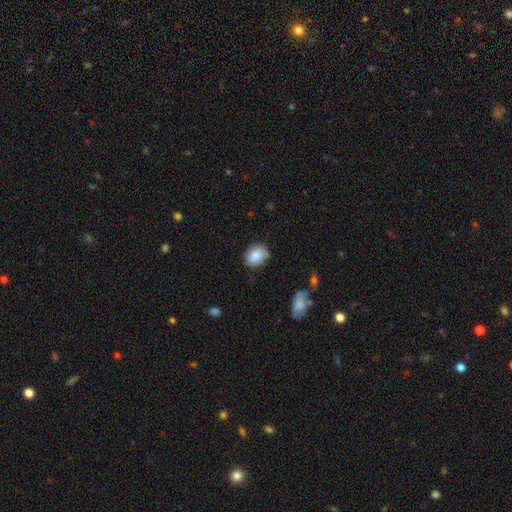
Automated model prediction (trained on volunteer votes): Morphology: type=smooth (84%); roundness=in between (62%); merging=none (77%).